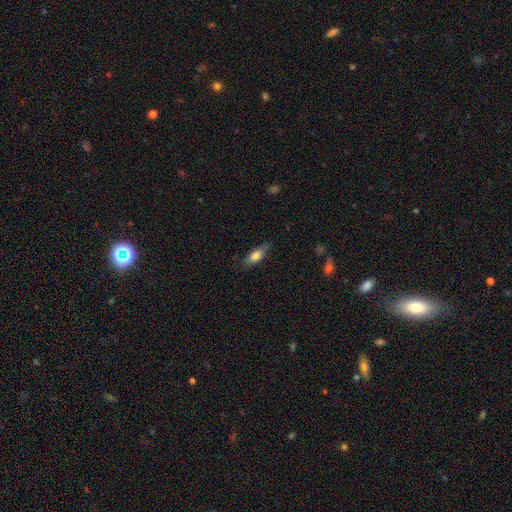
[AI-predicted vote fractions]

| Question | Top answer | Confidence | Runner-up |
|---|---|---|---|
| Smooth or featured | smooth | 72% | featured or disk (21%) |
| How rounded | in between | 63% | cigar-shaped (34%) |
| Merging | none | 76% | minor disturbance (19%) |